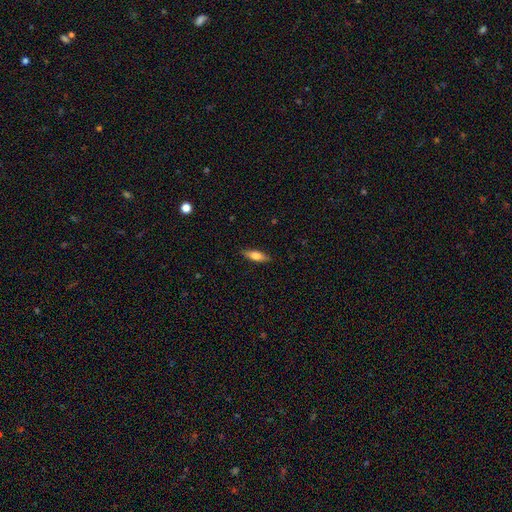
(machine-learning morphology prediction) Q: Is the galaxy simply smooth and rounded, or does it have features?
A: smooth — 67%.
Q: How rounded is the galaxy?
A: in between — 51%.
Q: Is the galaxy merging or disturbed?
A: none — 87%.